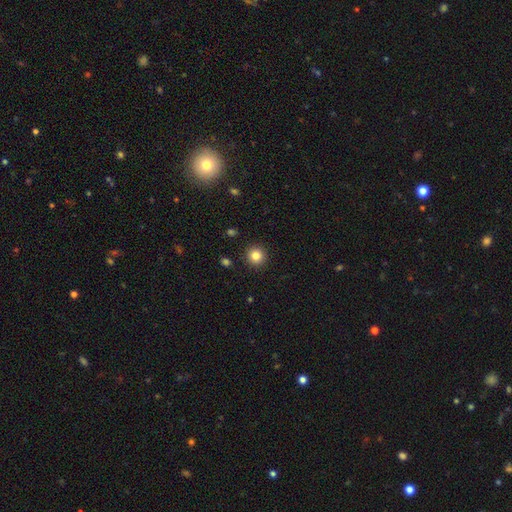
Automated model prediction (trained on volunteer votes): Q: Smooth or featured?
A: smooth (84%); runner-up: star or artifact (11%)
Q: How rounded?
A: round (94%); runner-up: in between (5%)
Q: Merging?
A: none (92%); runner-up: minor disturbance (5%)